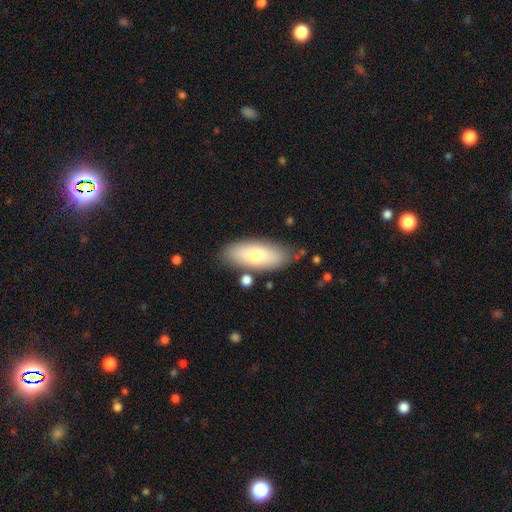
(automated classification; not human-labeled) Q: Smooth or featured?
A: smooth (69%); runner-up: featured or disk (24%)
Q: How rounded?
A: in between (81%); runner-up: cigar-shaped (17%)
Q: Merging?
A: none (79%); runner-up: minor disturbance (14%)